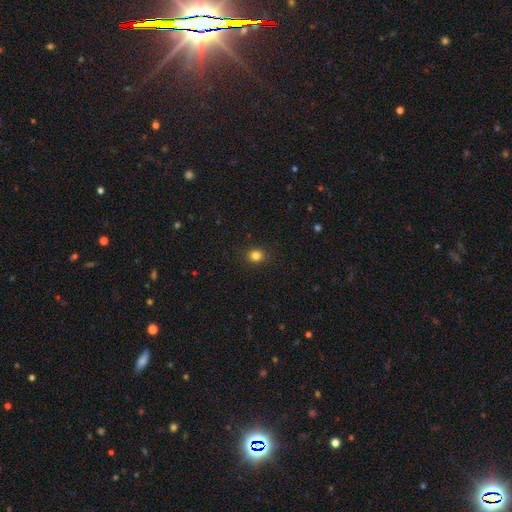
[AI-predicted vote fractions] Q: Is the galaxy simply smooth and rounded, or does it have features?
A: smooth — 83%.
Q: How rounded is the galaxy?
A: round — 76%.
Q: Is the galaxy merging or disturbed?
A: none — 90%.